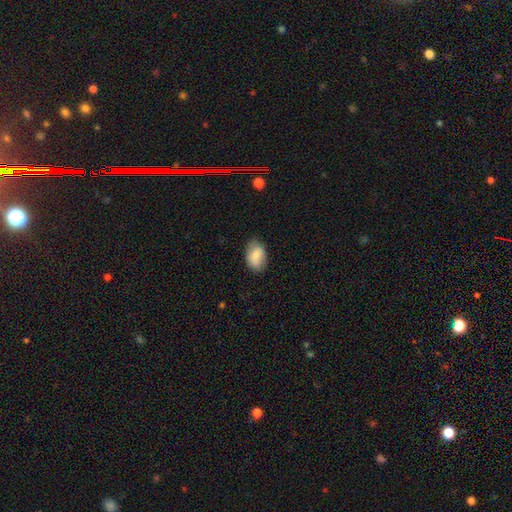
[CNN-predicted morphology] Overall: smooth (80%). How rounded: in between (89%). Merging: none (72%).